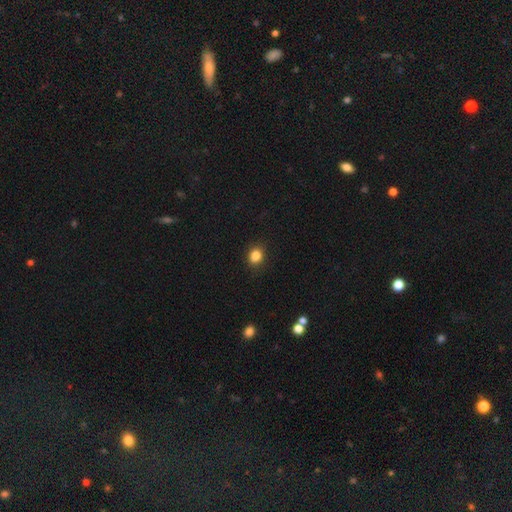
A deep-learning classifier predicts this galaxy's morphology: Smooth or featured: smooth — 85% (star or artifact — 11%)
How rounded: round — 55% (in between — 44%)
Merging: none — 86% (minor disturbance — 11%)